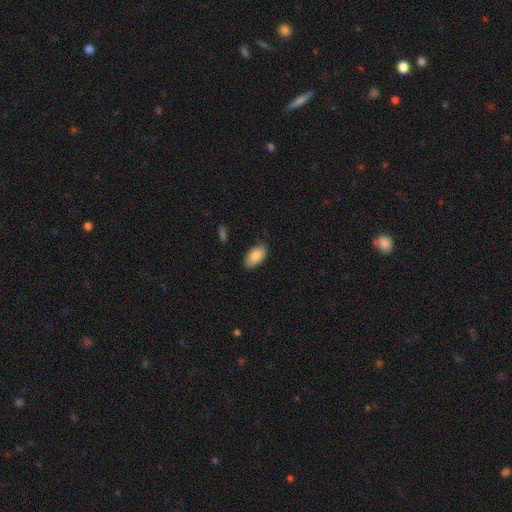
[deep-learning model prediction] Morphology: type=smooth (85%); roundness=in between (94%); merging=none (83%).